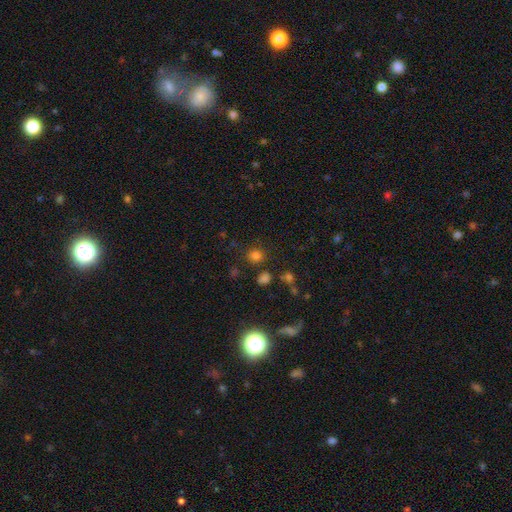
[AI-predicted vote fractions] Morphology: type=smooth (77%); roundness=round (88%); merging=none (84%).